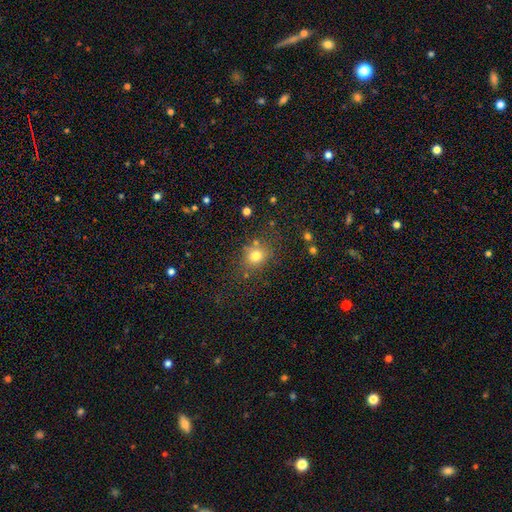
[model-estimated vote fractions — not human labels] smooth 77%, star or artifact 14%, featured or disk 8%. Down the decision tree: how rounded — round (67%); merging — none (71%).